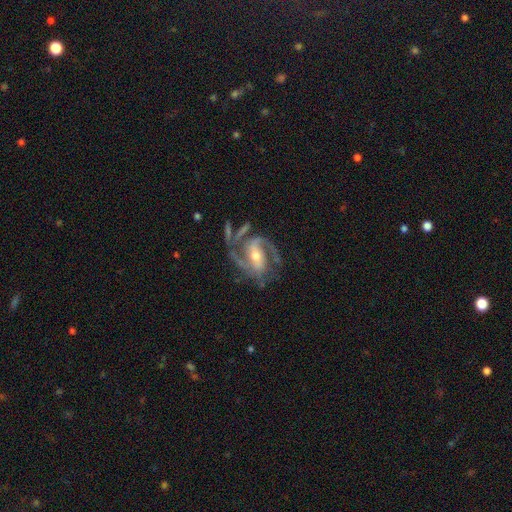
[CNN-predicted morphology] Smooth or featured? featured or disk (91%)
Edge-on disk? no (97%)
Bar? strong (40%)
Spiral arms? yes (97%)
Spiral winding? medium (56%)
Spiral arm count? 2 (60%)
Bulge size? moderate (58%)
Merging? none (59%)